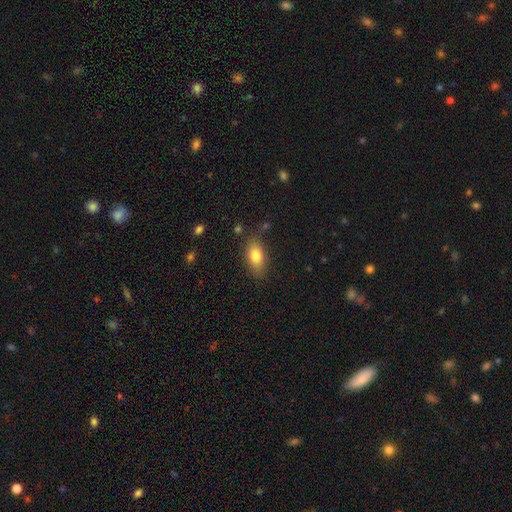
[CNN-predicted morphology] A smooth galaxy with no disk features (80%) that is in between round and cigar-shaped (86%).

Vote fractions:
- Smooth or featured? smooth: 80% / featured or disk: 12% / star or artifact: 8%
- How rounded? in between: 86% / cigar-shaped: 7% / round: 7%
- Merging? none: 79% / minor disturbance: 14% / major disturbance: 4% / merger: 2%